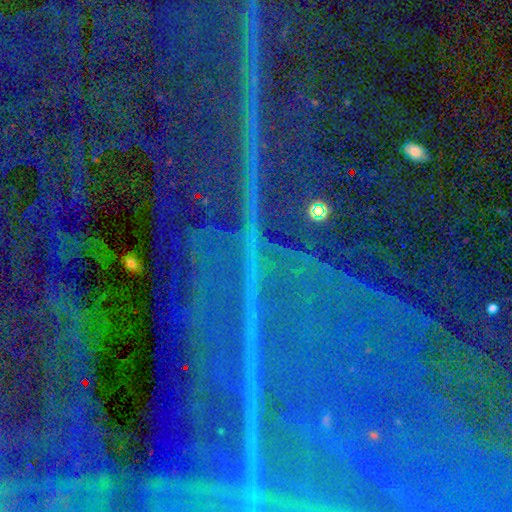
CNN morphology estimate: type=star or artifact (90%).